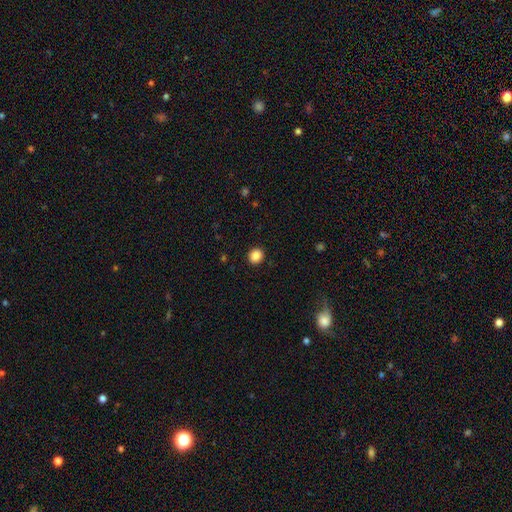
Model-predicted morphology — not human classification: Smooth or featured? smooth (87%)
How rounded? round (78%)
Merging? none (92%)